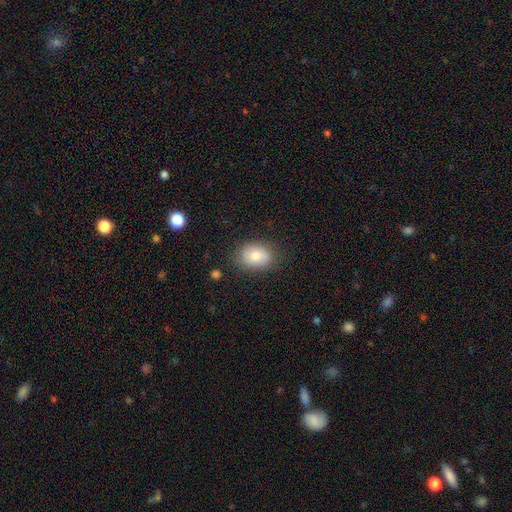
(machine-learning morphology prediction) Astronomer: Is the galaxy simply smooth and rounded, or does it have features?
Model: smooth — 76%.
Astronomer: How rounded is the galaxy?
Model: in between — 63%.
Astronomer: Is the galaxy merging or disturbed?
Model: none — 80%.